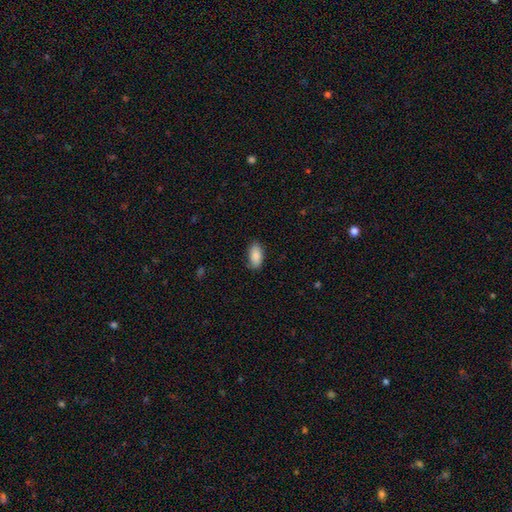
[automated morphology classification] This appears to be a smooth galaxy with no disk features (88%) that is in between round and cigar-shaped (93%). Merging: none (81%).